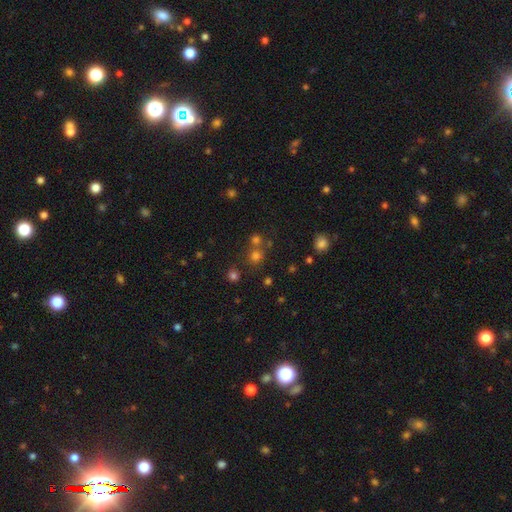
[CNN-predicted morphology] This appears to be a smooth galaxy with no disk features (66%) that is round (90%). Merging: none (67%).